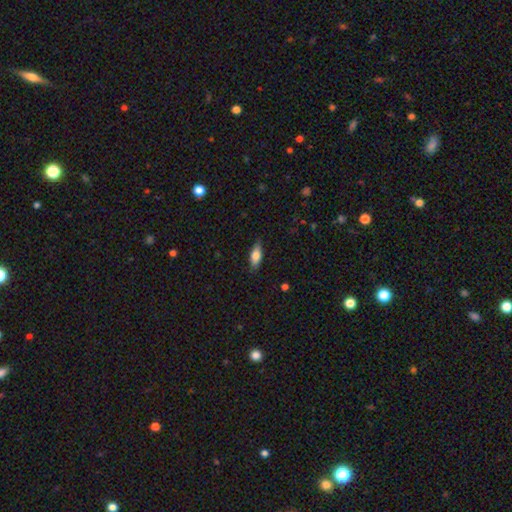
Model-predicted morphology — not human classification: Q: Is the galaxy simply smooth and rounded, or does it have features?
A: smooth — 76%.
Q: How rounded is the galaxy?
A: in between — 75%.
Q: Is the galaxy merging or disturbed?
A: none — 84%.